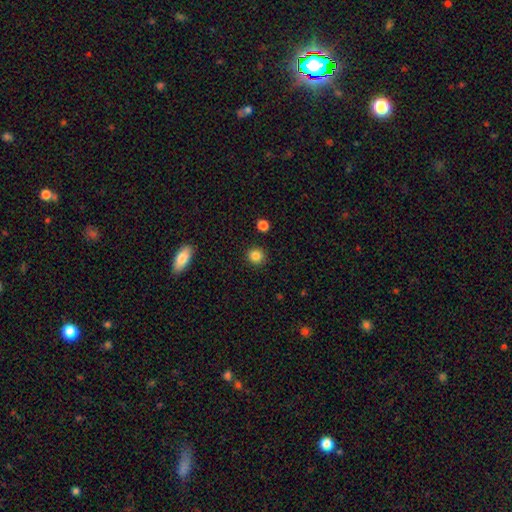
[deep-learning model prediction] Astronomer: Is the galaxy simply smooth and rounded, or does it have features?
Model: smooth — 85%.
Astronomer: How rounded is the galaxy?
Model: round — 91%.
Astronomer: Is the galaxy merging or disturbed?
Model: none — 91%.